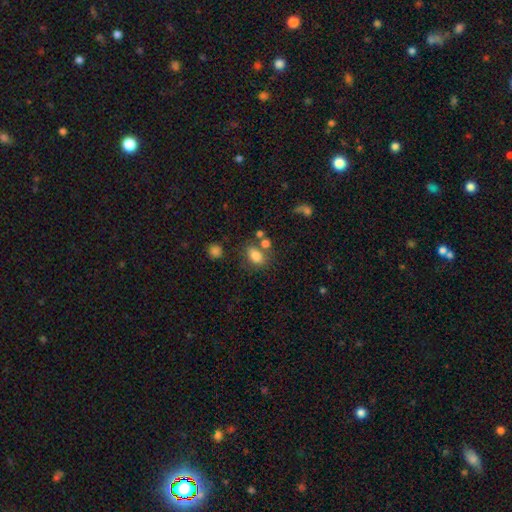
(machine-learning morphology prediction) smooth-or-featured: smooth: 80% | star or artifact: 11% | featured or disk: 10%
  how-rounded: in between: 79% | round: 19% | cigar-shaped: 2%
  merging: none: 62% | merger: 17% | minor disturbance: 15% | major disturbance: 6%